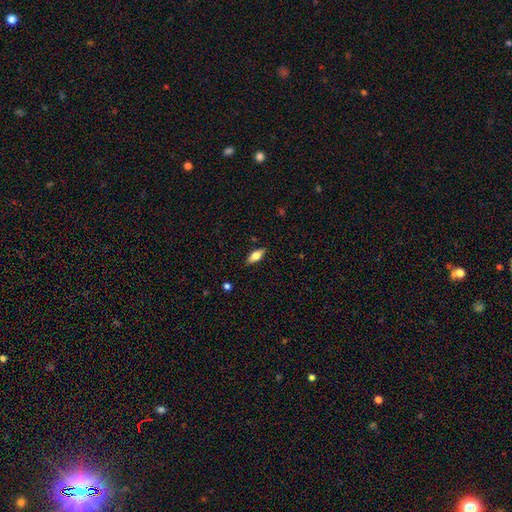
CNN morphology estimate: Overall: smooth (66%; featured or disk 27%). How rounded: in between (78%). Merging: none (87%).